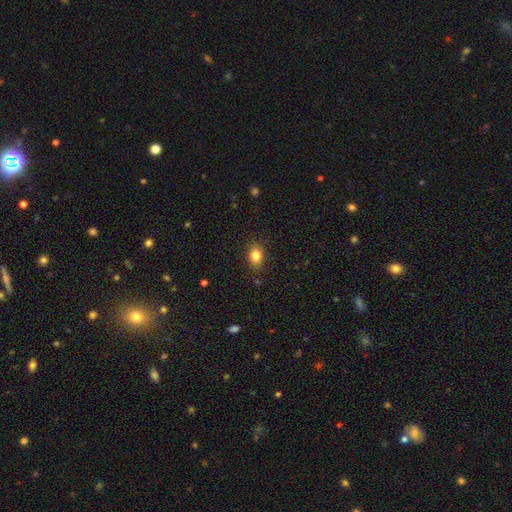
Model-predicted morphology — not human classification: type=smooth (84%); roundness=in between (71%); merging=none (85%).